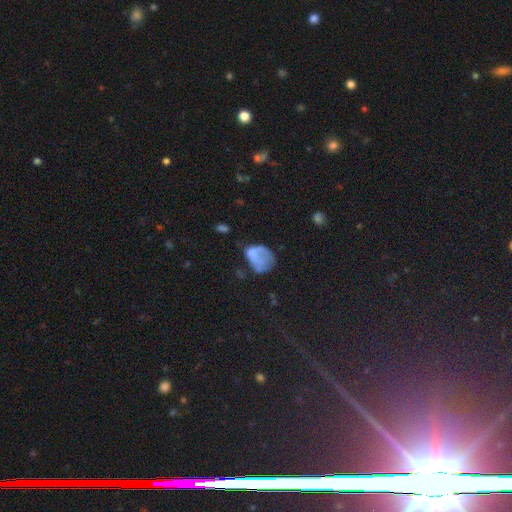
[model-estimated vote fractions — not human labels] Smooth or featured? smooth (56%)
How rounded? in between (57%)
Merging? major disturbance (33%)